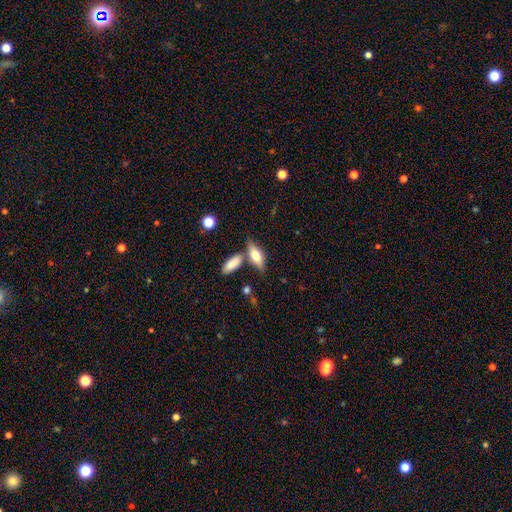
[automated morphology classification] Smooth or featured? smooth (64%)
How rounded? in between (68%)
Merging? none (61%)